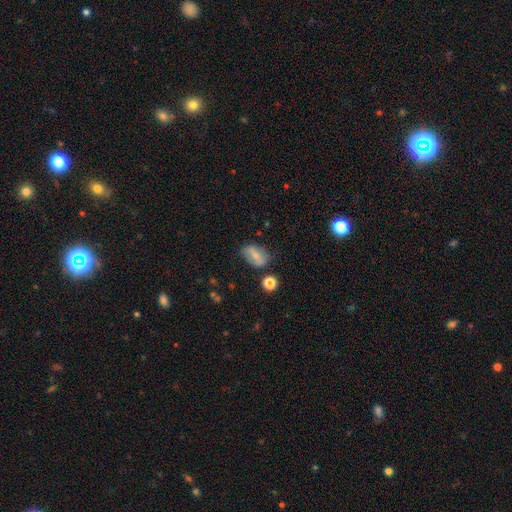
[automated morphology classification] Overall: smooth (58%; featured or disk 32%). How rounded: in between (81%). Merging: none (64%; minor disturbance 24%).